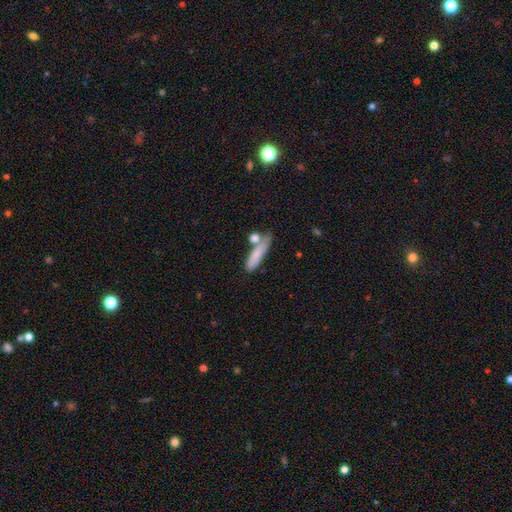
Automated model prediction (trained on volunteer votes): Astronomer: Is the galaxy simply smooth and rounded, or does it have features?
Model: smooth — 77%.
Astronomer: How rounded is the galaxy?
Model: cigar-shaped — 66%.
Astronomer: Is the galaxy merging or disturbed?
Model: none — 54%.